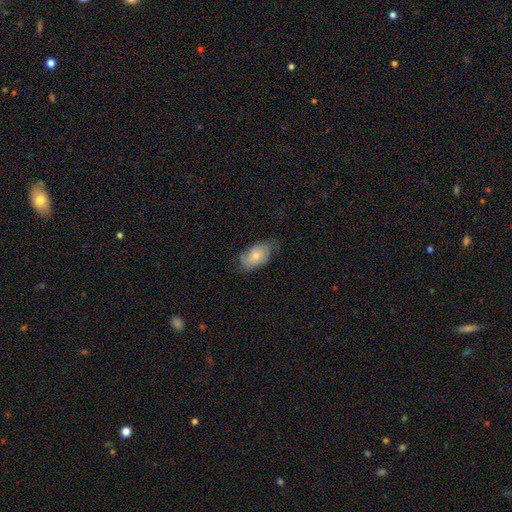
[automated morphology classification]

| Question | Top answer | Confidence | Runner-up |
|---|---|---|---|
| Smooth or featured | smooth | 63% | featured or disk (31%) |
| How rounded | in between | 90% | round (8%) |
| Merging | none | 53% | minor disturbance (34%) |